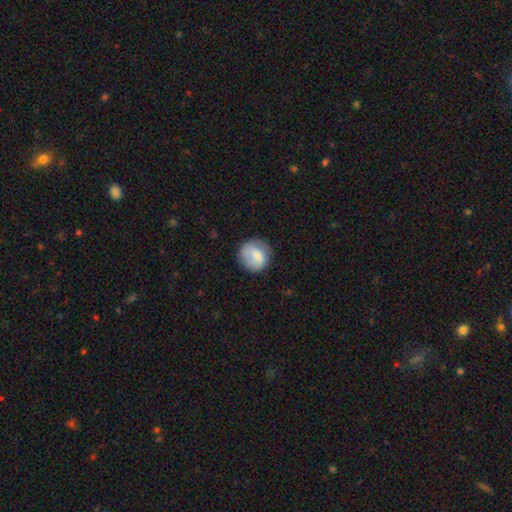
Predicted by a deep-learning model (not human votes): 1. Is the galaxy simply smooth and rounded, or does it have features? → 73% smooth, 20% featured or disk, 7% star or artifact.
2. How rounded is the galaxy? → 82% round, 17% in between, 1% cigar-shaped.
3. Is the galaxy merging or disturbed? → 69% none, 20% minor disturbance, 8% major disturbance, 2% merger.